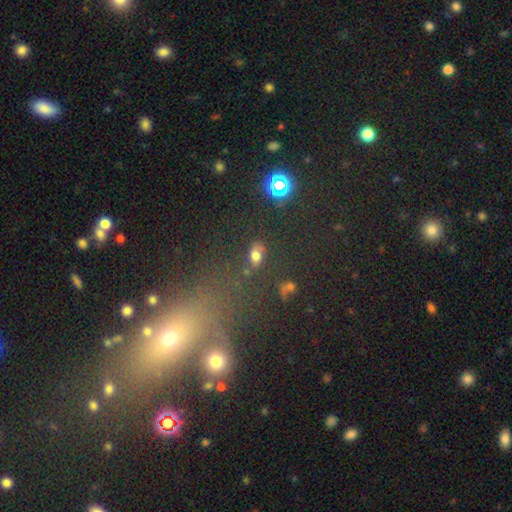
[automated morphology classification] type=smooth (68%); roundness=in between (80%); merging=none (67%).